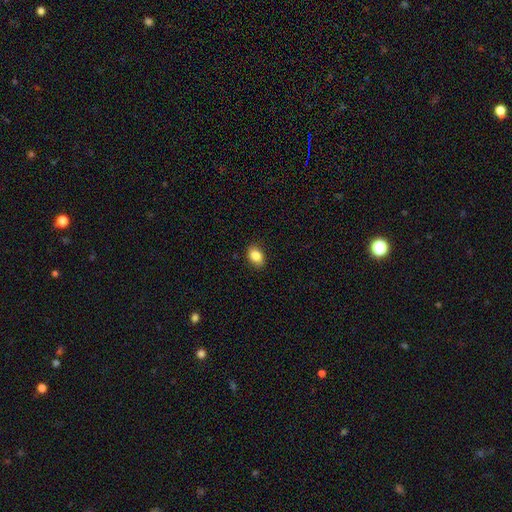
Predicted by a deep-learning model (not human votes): Smooth or featured? smooth (86%)
How rounded? in between (76%)
Merging? none (86%)